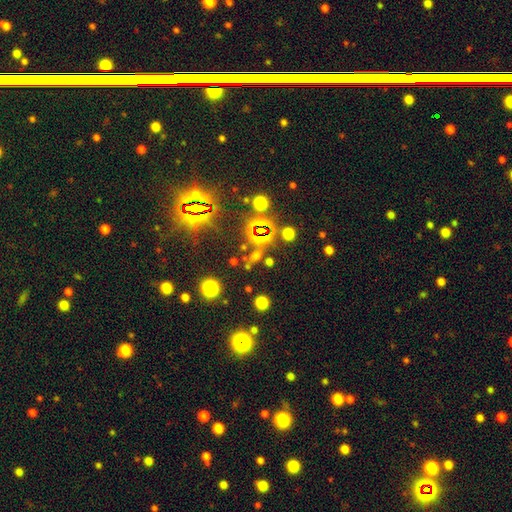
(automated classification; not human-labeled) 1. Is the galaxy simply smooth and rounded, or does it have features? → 54% star or artifact, 33% smooth, 12% featured or disk.